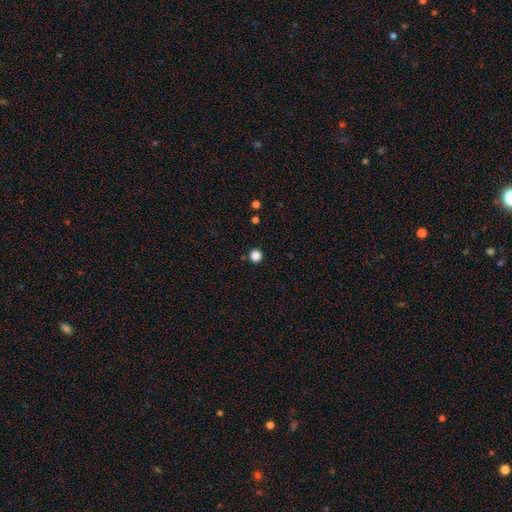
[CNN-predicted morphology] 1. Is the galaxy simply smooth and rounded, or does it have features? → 85% smooth, 12% star or artifact, 3% featured or disk.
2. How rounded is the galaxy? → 96% round, 3% in between, 1% cigar-shaped.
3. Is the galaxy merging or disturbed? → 92% none, 5% minor disturbance, 2% merger, 2% major disturbance.